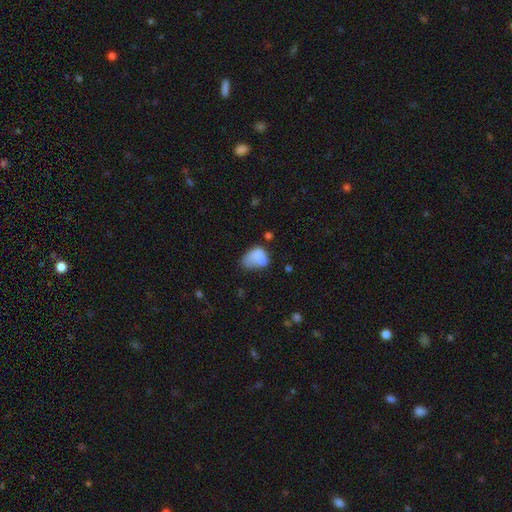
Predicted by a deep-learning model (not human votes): smooth 69%, featured or disk 21%, star or artifact 10%. Down the decision tree: how rounded — in between (80%); merging — major disturbance (29%).